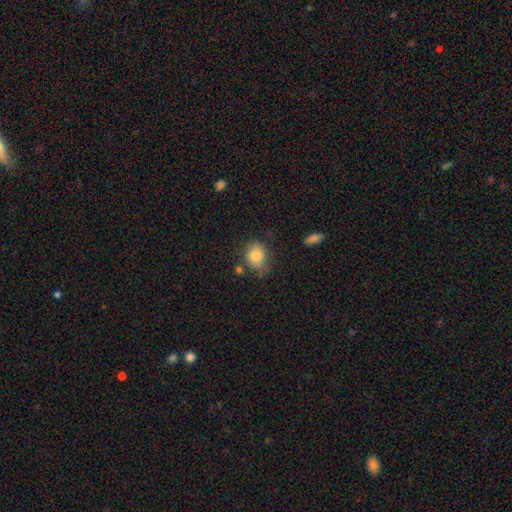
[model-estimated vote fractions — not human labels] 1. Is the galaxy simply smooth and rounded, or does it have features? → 80% smooth, 11% featured or disk, 9% star or artifact.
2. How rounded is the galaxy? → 53% round, 46% in between, 1% cigar-shaped.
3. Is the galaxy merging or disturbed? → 67% none, 23% minor disturbance, 5% major disturbance, 5% merger.